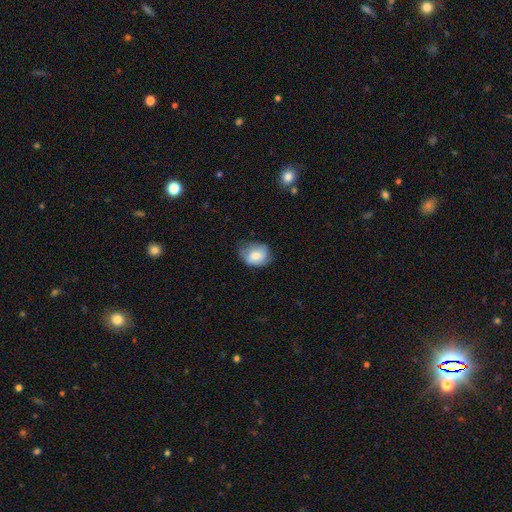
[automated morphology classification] A smooth galaxy with no disk features (72%) that is in between round and cigar-shaped (59%).

Vote fractions:
- Smooth or featured? smooth: 72% / featured or disk: 21% / star or artifact: 8%
- How rounded? in between: 59% / round: 40% / cigar-shaped: 1%
- Merging? none: 57% / minor disturbance: 33% / major disturbance: 9% / merger: 1%